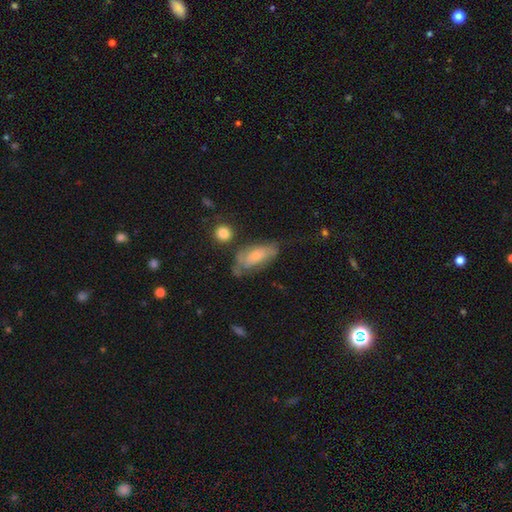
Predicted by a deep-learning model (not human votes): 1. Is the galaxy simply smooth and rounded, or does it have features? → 46% featured or disk, 45% smooth, 9% star or artifact.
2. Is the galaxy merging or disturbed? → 50% none, 30% minor disturbance, 14% major disturbance, 6% merger.